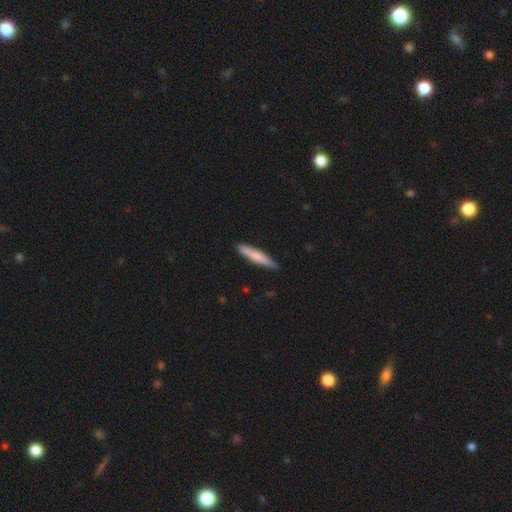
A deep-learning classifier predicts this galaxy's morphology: A smooth galaxy with no disk features (71%) that is cigar-shaped (93%). Merging: none (87%).